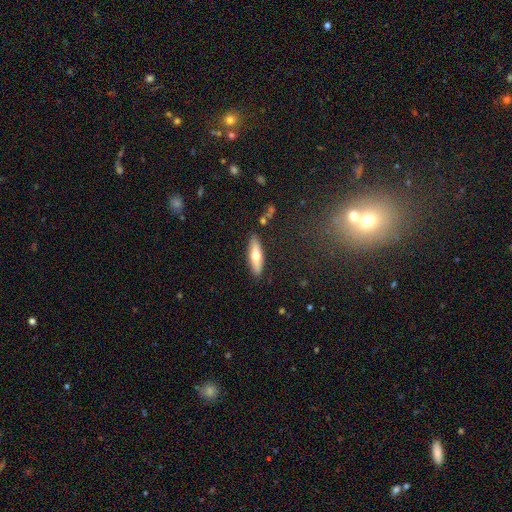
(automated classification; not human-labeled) Smooth or featured? Predicted: smooth (p=0.58). How rounded? Predicted: cigar-shaped (p=0.61). Merging? Predicted: none (p=0.87).